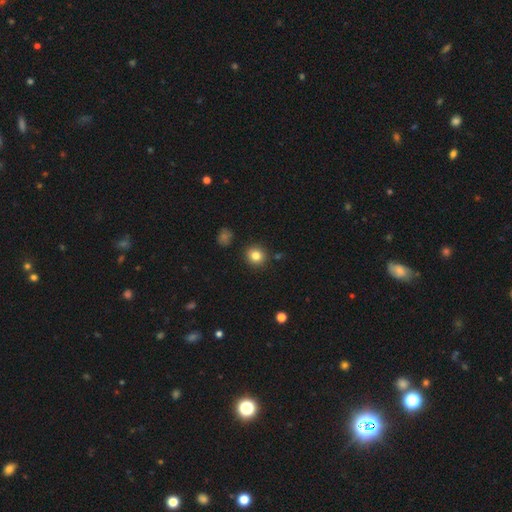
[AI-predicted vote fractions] A smooth galaxy with no disk features (83%) that is round (88%).

Vote fractions:
- Smooth or featured? smooth: 83% / star or artifact: 11% / featured or disk: 6%
- How rounded? round: 88% / in between: 11% / cigar-shaped: 1%
- Merging? none: 89% / minor disturbance: 7% / merger: 3% / major disturbance: 2%